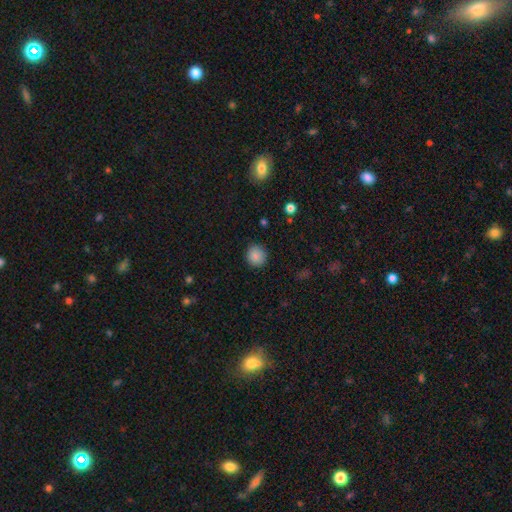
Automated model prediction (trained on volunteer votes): This appears to be a smooth galaxy with no disk features (87%) that is round (91%). Merging: none (89%).